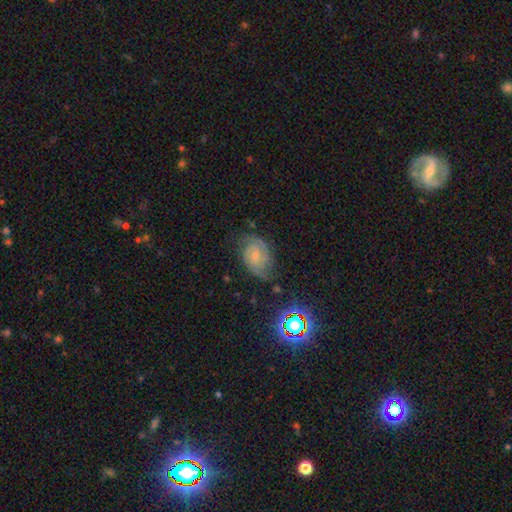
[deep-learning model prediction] smooth-or-featured: featured or disk: 77% | smooth: 13% | star or artifact: 11%
  disk-edge-on: no: 98% | yes: 2%
    bar: no: 56% | weak: 37% | strong: 6%
    has-spiral-arms: yes: 96% | no: 4%
      spiral-winding: tight: 52% | medium: 39% | loose: 9%
      spiral-arm-count: 2: 66% | can't tell: 14% | 3: 11% | 1: 3% | 4: 3% | more than 4: 3%
    bulge-size: small: 65% | moderate: 25% | none: 7% | large: 1% | dominant: 1%
  merging: none: 69% | minor disturbance: 21% | major disturbance: 8% | merger: 2%